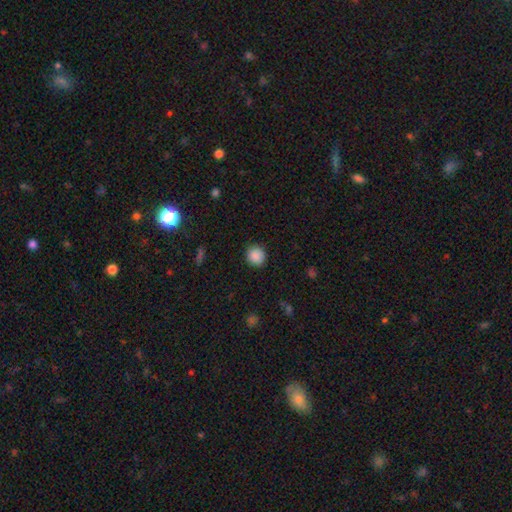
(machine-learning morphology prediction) A smooth galaxy with no disk features (88%) that is round (90%).

Vote fractions:
- Smooth or featured? smooth: 88% / star or artifact: 9% / featured or disk: 3%
- How rounded? round: 90% / in between: 9% / cigar-shaped: 1%
- Merging? none: 90% / minor disturbance: 7% / major disturbance: 2% / merger: 1%